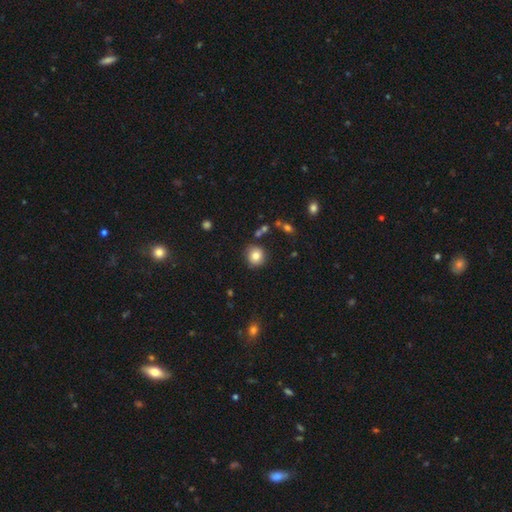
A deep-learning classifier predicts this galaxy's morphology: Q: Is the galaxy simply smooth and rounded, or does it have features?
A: smooth — 82%.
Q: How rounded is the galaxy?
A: round — 88%.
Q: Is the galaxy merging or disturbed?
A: none — 83%.